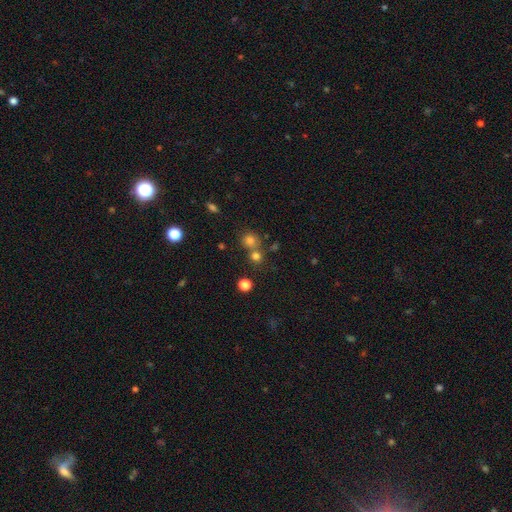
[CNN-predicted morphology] This appears to be a smooth galaxy with no disk features (71%) that is round (87%). Merging: none (60%).